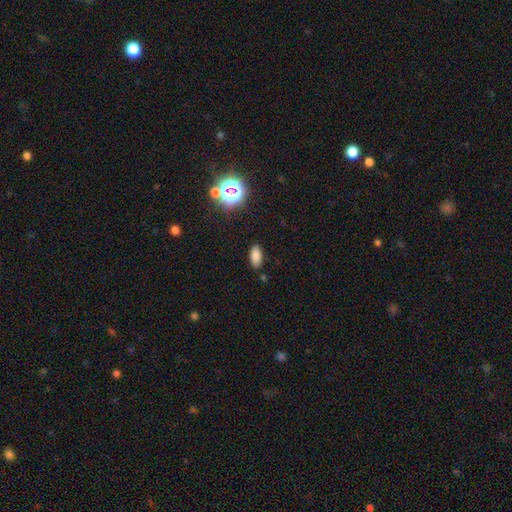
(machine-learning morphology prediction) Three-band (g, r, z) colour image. It shows a smooth galaxy with no disk features (80%) that is in between round and cigar-shaped (88%). Merging: none (86%).